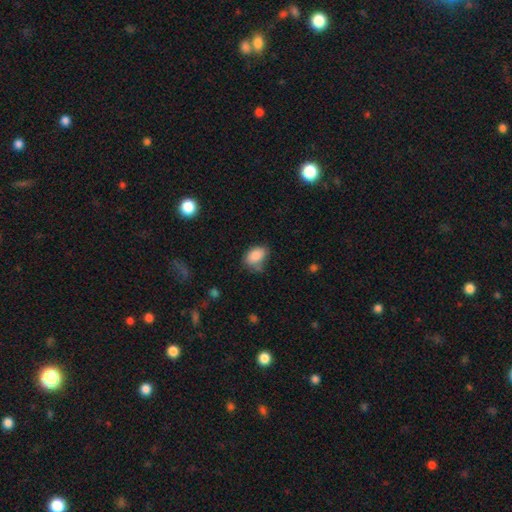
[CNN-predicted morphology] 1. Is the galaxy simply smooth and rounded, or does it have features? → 87% smooth, 8% star or artifact, 5% featured or disk.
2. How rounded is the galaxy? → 87% in between, 12% round, 1% cigar-shaped.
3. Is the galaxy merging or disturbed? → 59% none, 29% minor disturbance, 8% major disturbance, 5% merger.